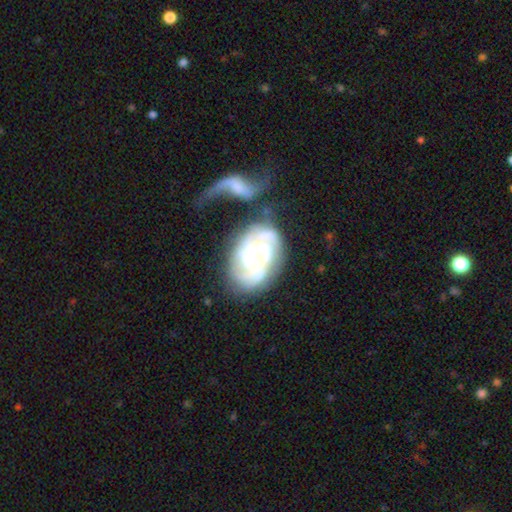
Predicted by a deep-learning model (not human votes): featured or disk 83%, smooth 11%, star or artifact 6%. Down the decision tree: edge-on disk — no (97%); bar — no (68%); spiral arms — yes (93%); spiral arm count — can't tell (33%); spiral winding — tight (60%); bulge size — moderate (60%); merging — none (37%).